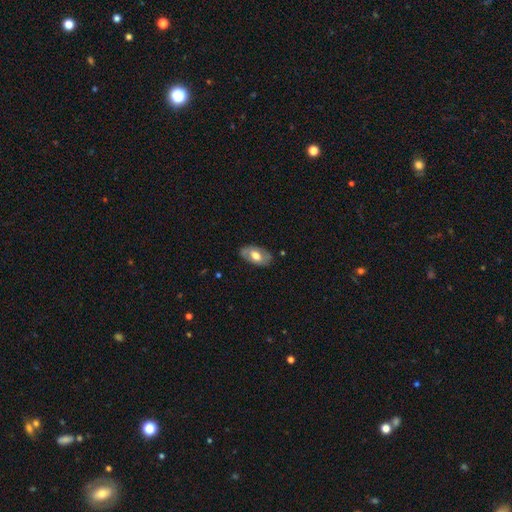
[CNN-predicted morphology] A smooth galaxy with no disk features (54%) that is in between round and cigar-shaped (93%).

Vote fractions:
- Smooth or featured? smooth: 54% / featured or disk: 40% / star or artifact: 6%
- How rounded? in between: 93% / round: 5% / cigar-shaped: 2%
- Merging? none: 81% / minor disturbance: 15% / major disturbance: 3% / merger: 1%